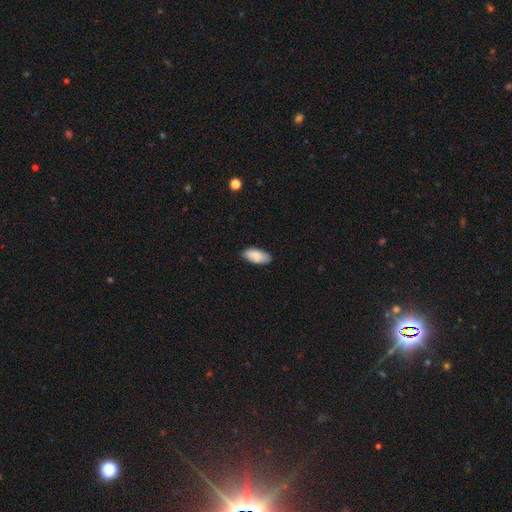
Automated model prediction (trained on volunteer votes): smooth 88%, featured or disk 6%, star or artifact 6%. Down the decision tree: how rounded — in between (90%); merging — none (84%).